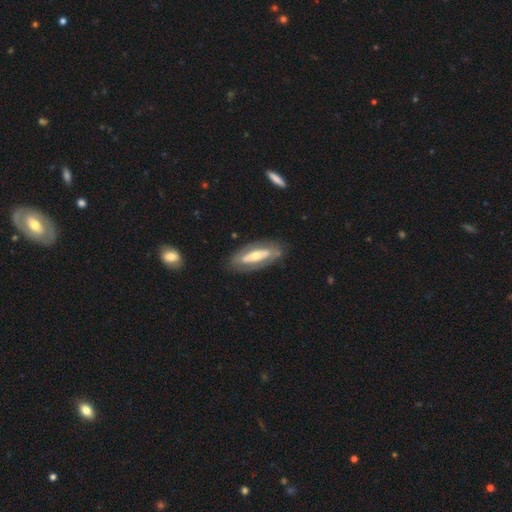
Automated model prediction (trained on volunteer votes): The model was most divided on "smooth or featured": featured or disk: 66%, smooth: 28%, star or artifact: 6%. More confident: merging — none (80%); edge-on disk — no (75%).